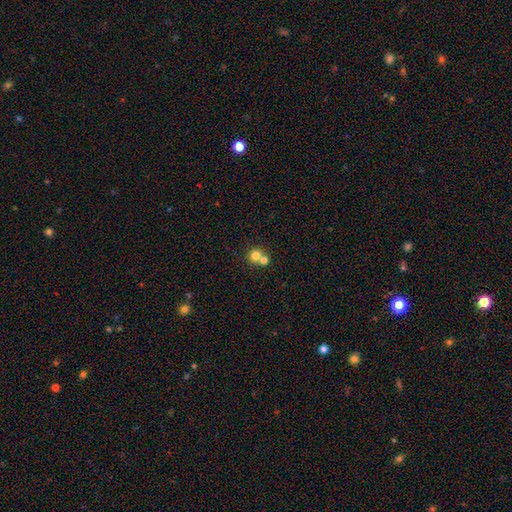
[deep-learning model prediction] This is likely a smooth galaxy (76%). How rounded: clearly round (89%). Merging: possibly merger (47%).